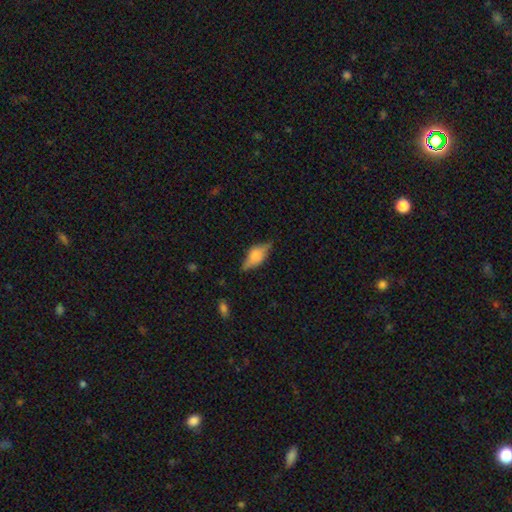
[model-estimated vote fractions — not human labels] A featured or disk galaxy (49%). Merging: none (71%).